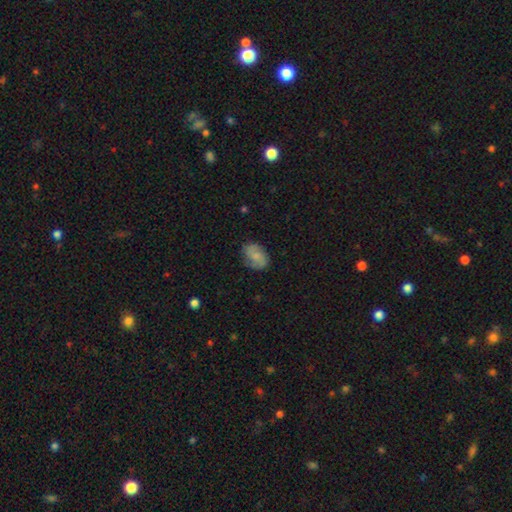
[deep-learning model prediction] Q: Smooth or featured?
A: smooth (56%); runner-up: featured or disk (36%)
Q: How rounded?
A: in between (77%); runner-up: round (22%)
Q: Merging?
A: none (71%); runner-up: minor disturbance (21%)